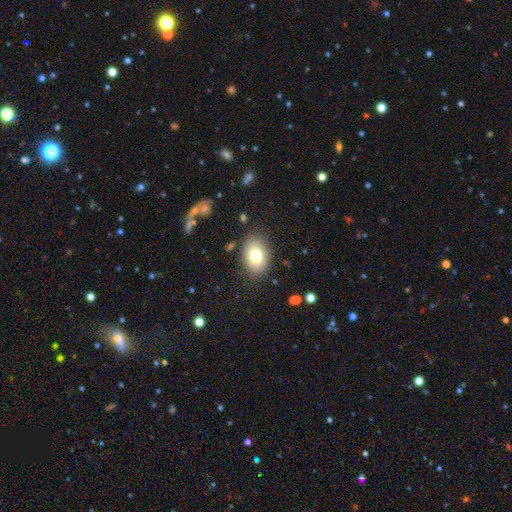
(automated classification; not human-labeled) Overall: smooth (76%). How rounded: in between (82%). Merging: none (84%).